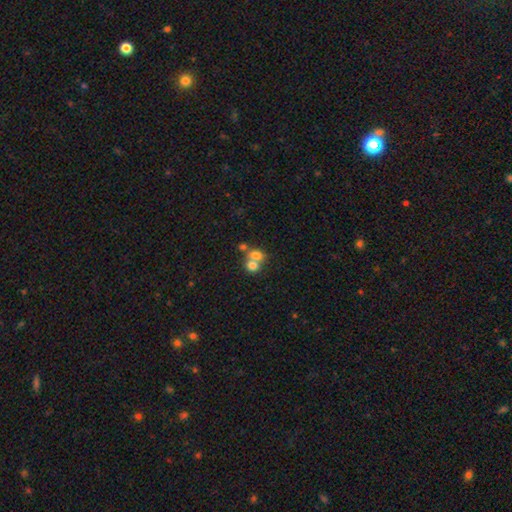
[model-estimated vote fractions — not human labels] smooth_or_featured: smooth (p=0.71) [alt: featured or disk p=0.17]
how_rounded: round (p=0.55) [alt: in between p=0.43]
merging: merger (p=0.63) [alt: none p=0.27]